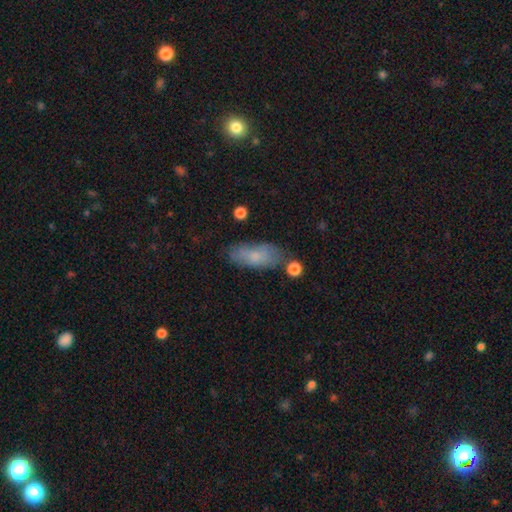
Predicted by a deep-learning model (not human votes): This appears to be a smooth galaxy with no disk features (72%) that is in between round and cigar-shaped (79%). Merging: none (69%).